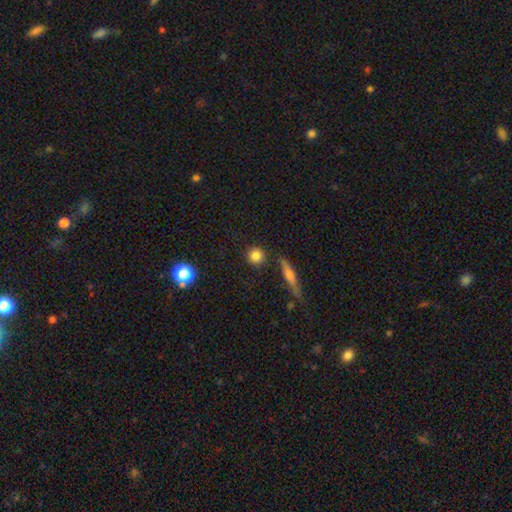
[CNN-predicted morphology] Smooth or featured: smooth — 82% (star or artifact — 10%)
How rounded: round — 90% (in between — 7%)
Merging: none — 84% (minor disturbance — 9%)